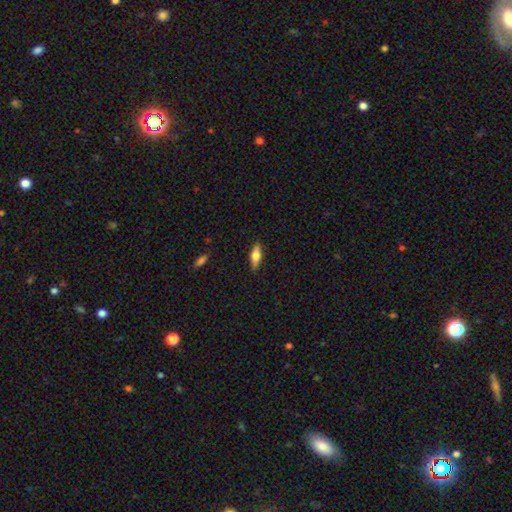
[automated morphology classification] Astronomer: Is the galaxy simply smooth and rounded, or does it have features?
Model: smooth — 57% (runner-up: featured or disk, 37%).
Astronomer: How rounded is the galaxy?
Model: in between — 63%.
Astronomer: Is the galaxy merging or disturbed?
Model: none — 88%.